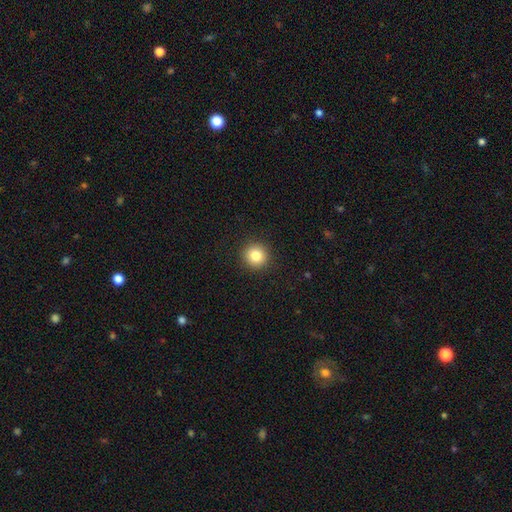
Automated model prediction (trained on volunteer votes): This is clearly a smooth galaxy (83%). How rounded: clearly round (95%). Merging: clearly none (93%).